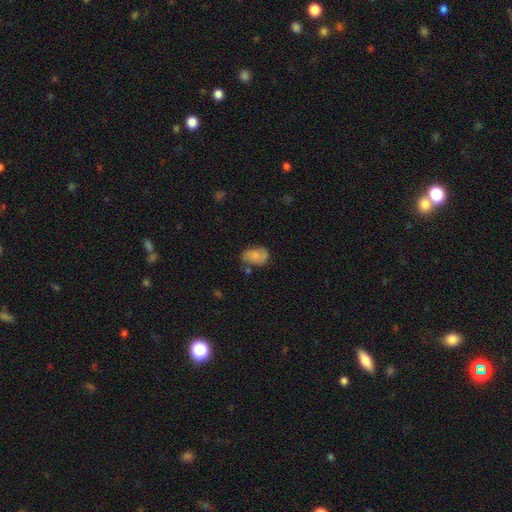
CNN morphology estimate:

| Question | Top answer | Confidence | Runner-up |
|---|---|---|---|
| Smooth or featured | smooth | 57% | featured or disk (34%) |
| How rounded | in between | 79% | round (20%) |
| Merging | none | 55% | minor disturbance (28%) |